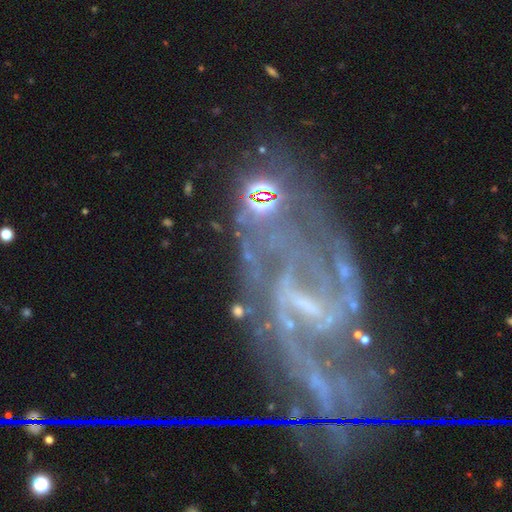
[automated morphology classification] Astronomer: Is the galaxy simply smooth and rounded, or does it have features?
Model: featured or disk — 82%.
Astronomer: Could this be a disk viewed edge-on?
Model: no — 95%.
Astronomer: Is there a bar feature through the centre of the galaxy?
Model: weak — 44% (runner-up: strong, 35%).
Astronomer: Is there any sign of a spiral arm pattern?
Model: yes — 89%.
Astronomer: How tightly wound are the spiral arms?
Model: medium — 46% (runner-up: tight, 29%).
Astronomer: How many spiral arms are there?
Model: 2 — 46% (runner-up: can't tell, 26%).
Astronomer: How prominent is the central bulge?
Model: small — 50% (runner-up: none, 33%).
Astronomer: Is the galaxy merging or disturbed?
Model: none — 52%.